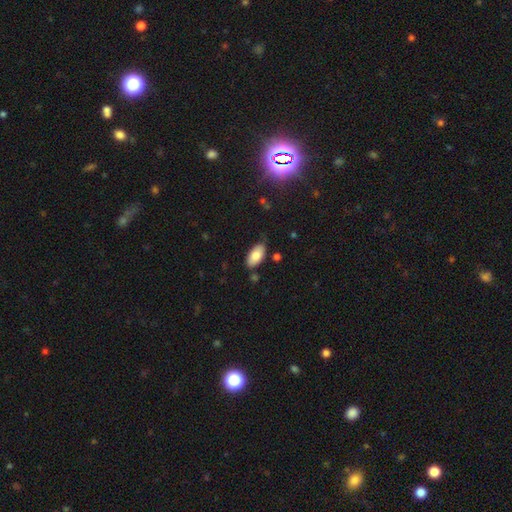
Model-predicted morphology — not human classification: Smooth or featured? Predicted: smooth (p=0.80). How rounded? Predicted: in between (p=0.94). Merging? Predicted: none (p=0.78).